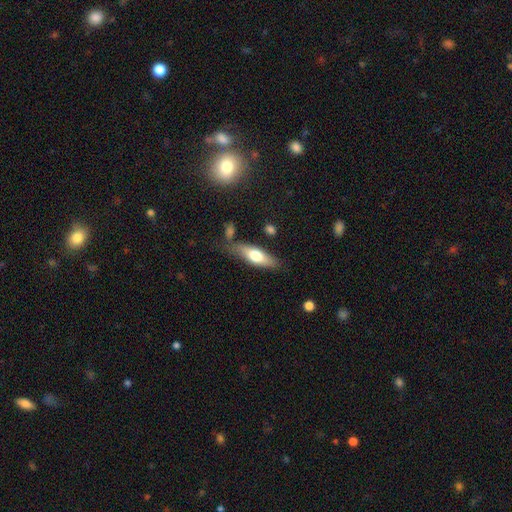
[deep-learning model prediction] Smooth or featured? Predicted: smooth (p=0.61). How rounded? Predicted: in between (p=0.52). Merging? Predicted: none (p=0.71).